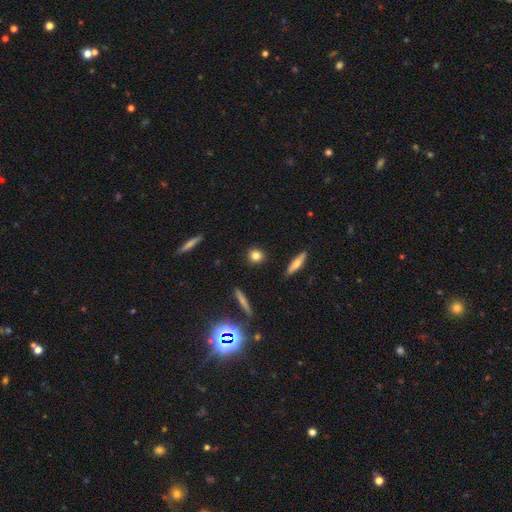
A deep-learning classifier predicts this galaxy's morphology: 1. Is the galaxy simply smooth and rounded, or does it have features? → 80% smooth, 10% star or artifact, 10% featured or disk.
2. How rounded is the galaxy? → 82% round, 13% in between, 5% cigar-shaped.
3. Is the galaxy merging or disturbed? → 90% none, 7% minor disturbance, 2% major disturbance, 2% merger.